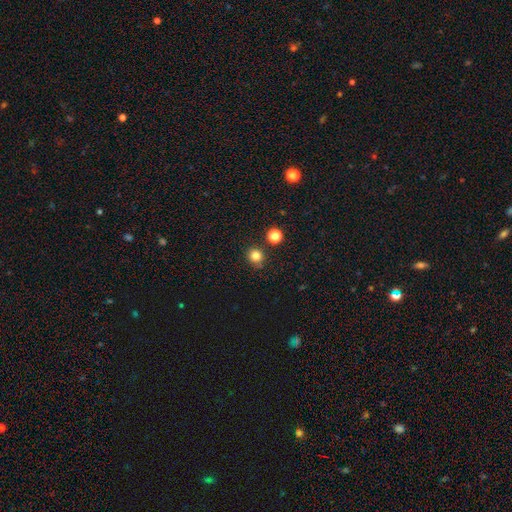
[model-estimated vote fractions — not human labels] Smooth or featured?
  - smooth: 80% *
  - star or artifact: 14%
  - featured or disk: 5%
How rounded?
  - round: 87% *
  - in between: 12%
  - cigar-shaped: 1%
Merging?
  - none: 83% *
  - minor disturbance: 10%
  - merger: 5%
  - major disturbance: 3%